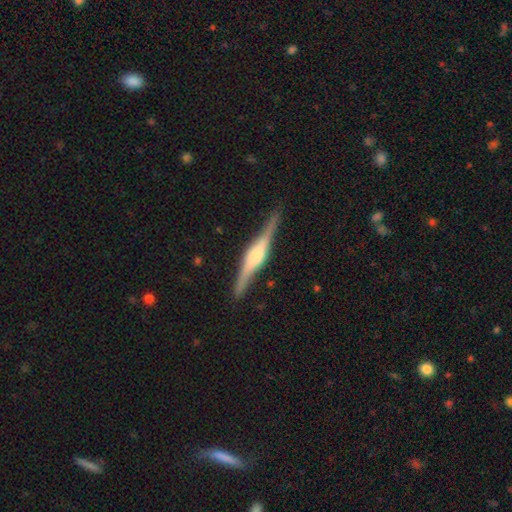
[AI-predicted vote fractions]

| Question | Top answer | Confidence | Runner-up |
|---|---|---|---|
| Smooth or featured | featured or disk | 80% | smooth (15%) |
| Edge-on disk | yes | 97% | no (3%) |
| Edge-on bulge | rounded | 56% | boxy (38%) |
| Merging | none | 87% | minor disturbance (9%) |